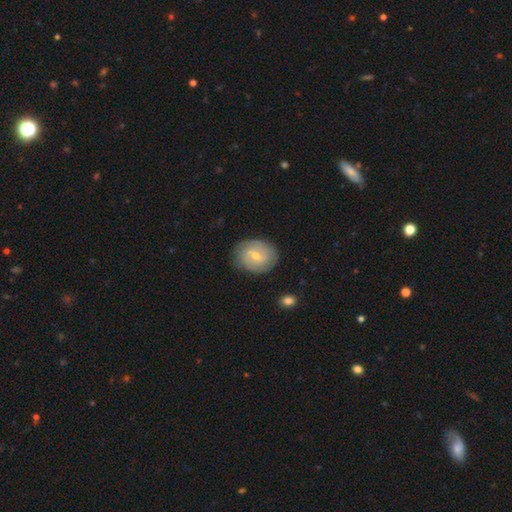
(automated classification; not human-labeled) This is likely a featured or disk galaxy (66%). It is clearly not viewed edge-on (97%). Bar: possibly weak (59%). Spiral arm pattern: clearly yes (85%). Spiral arm count: marginally can't tell (38%, tied with 2). Spiral winding: likely tight (61%). Central bulge: possibly small (60%). Merging: clearly none (80%).